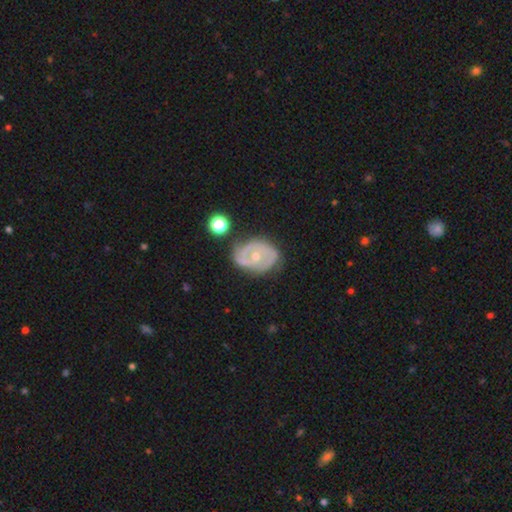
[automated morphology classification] smooth_or_featured: featured or disk (p=0.75) [alt: smooth p=0.19]
disk_edge_on: no (p=0.96) [alt: yes p=0.04]
bar: no (p=0.69) [alt: weak p=0.24]
has_spiral_arms: yes (p=0.70) [alt: no p=0.30]
spiral_winding: tight (p=0.54) [alt: medium p=0.33]
spiral_arm_count: 2 (p=0.54) [alt: can't tell p=0.27]
bulge_size: moderate (p=0.49) [alt: small p=0.48]
merging: none (p=0.67) [alt: minor disturbance p=0.22]